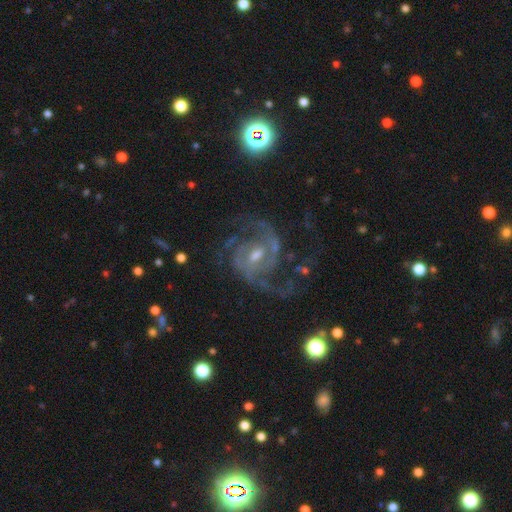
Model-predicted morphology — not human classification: A featured or disk galaxy (91%) with a weak bar (54%), 2 (60%) medium (56%) spiral arms (98%) and a moderate central bulge (53%). Merging: none (64%).